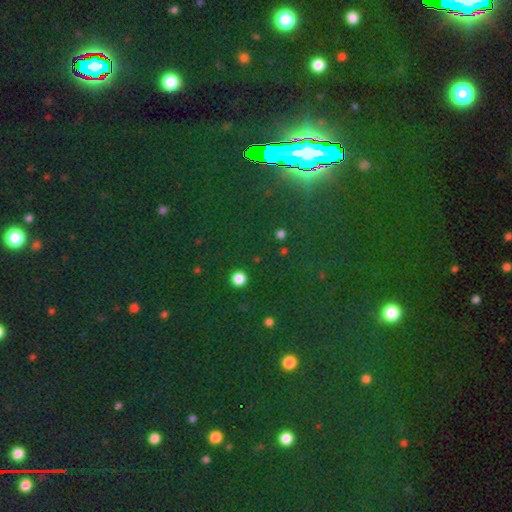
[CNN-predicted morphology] smooth_or_featured: star or artifact (p=0.76) [alt: smooth p=0.15]